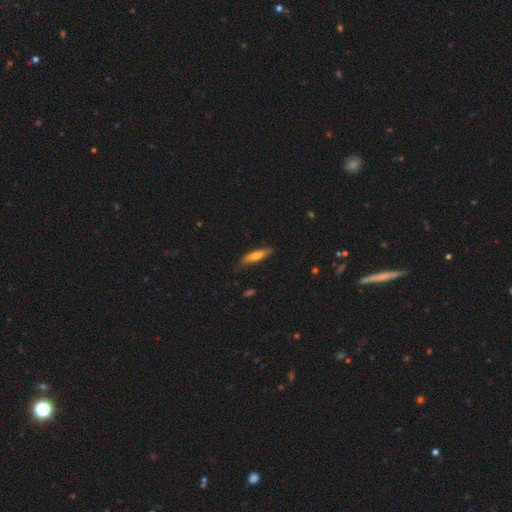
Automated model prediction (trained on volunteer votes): Smooth or featured?
  - smooth: 66% *
  - featured or disk: 28%
  - star or artifact: 6%
How rounded?
  - cigar-shaped: 75% *
  - in between: 23%
  - round: 2%
Merging?
  - none: 76% *
  - minor disturbance: 19%
  - major disturbance: 3%
  - merger: 1%